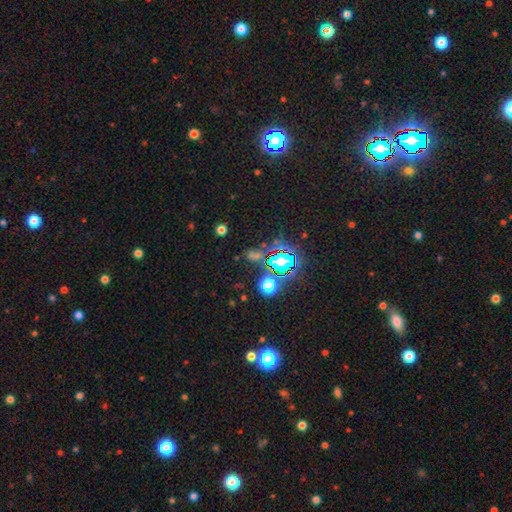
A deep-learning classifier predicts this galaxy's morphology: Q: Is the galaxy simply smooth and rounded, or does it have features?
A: star or artifact — 69%.